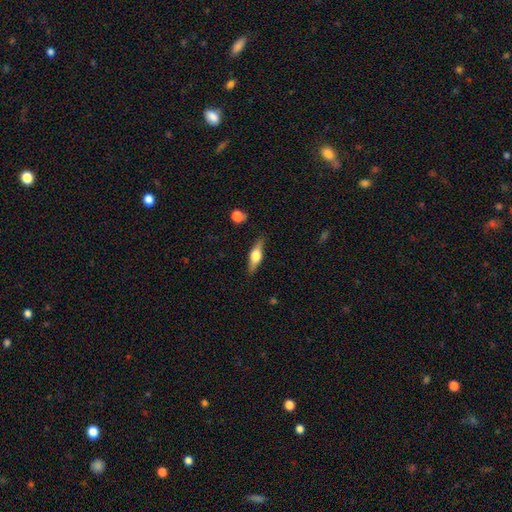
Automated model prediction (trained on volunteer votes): A featured or disk galaxy (55%) viewed edge-on (93%) with a rounded central bulge (92%). Merging: none (85%).